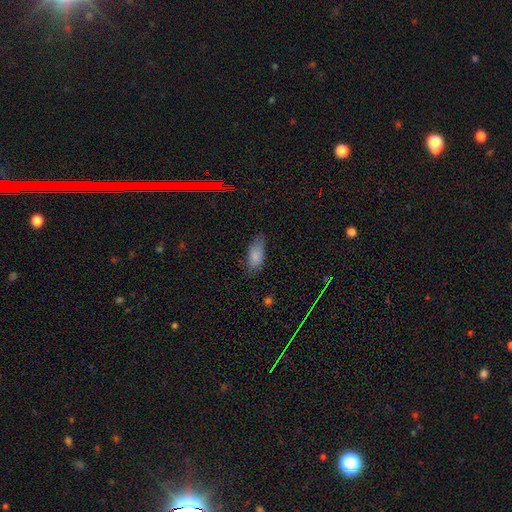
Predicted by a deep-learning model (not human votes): This appears to be a smooth galaxy with no disk features (83%) that is in between round and cigar-shaped (87%). Merging: none (63%).